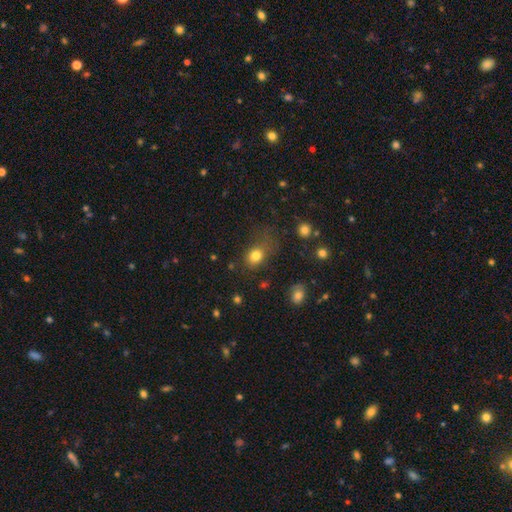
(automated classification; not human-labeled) Smooth or featured? smooth (79%)
How rounded? in between (54%)
Merging? none (54%)